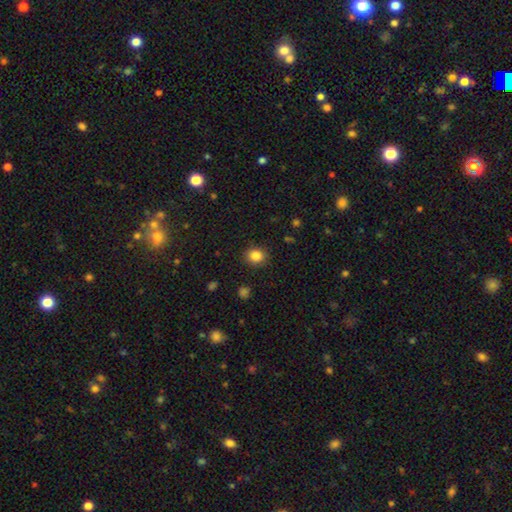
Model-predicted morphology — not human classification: Smooth or featured? Predicted: smooth (p=0.85). How rounded? Predicted: round (p=0.75). Merging? Predicted: none (p=0.88).